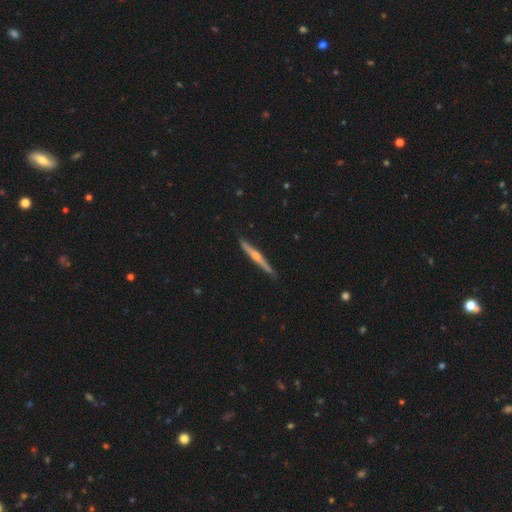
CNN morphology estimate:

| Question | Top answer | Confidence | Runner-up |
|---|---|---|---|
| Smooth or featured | featured or disk | 68% | smooth (27%) |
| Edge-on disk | yes | 98% | no (2%) |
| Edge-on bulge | rounded | 80% | none (14%) |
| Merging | none | 88% | minor disturbance (9%) |